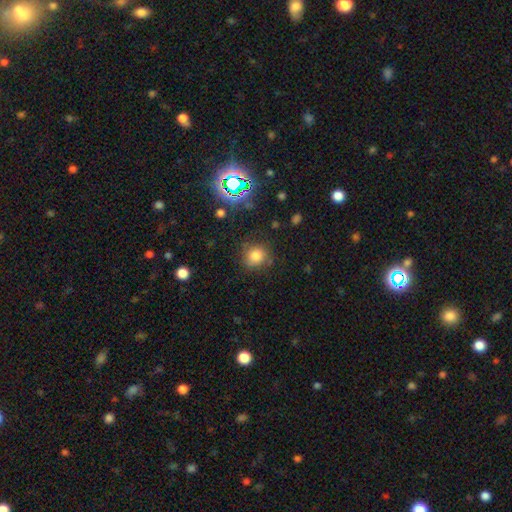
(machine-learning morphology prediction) smooth_or_featured: smooth (p=0.75) [alt: star or artifact p=0.16]
how_rounded: round (p=0.85) [alt: in between p=0.14]
merging: none (p=0.76) [alt: minor disturbance p=0.16]